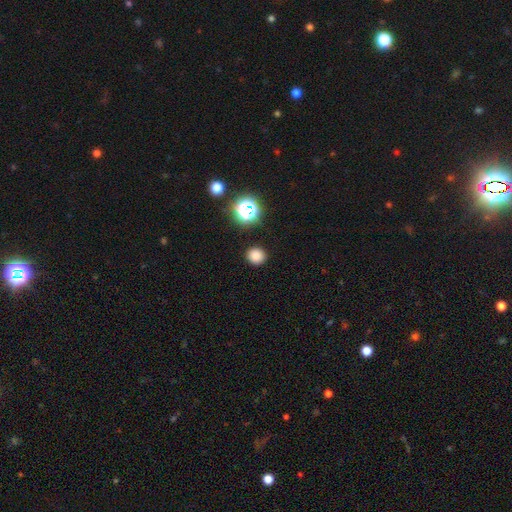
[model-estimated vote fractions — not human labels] Q: Smooth or featured?
A: smooth (79%); runner-up: star or artifact (16%)
Q: How rounded?
A: round (88%); runner-up: in between (11%)
Q: Merging?
A: none (90%); runner-up: minor disturbance (6%)